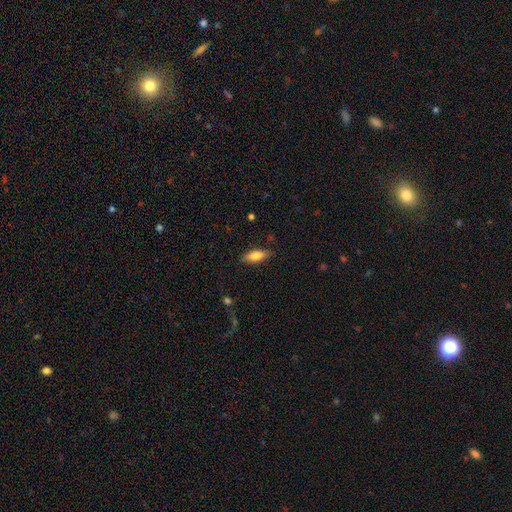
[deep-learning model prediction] smooth 77%, featured or disk 16%, star or artifact 7%. Down the decision tree: how rounded — in between (69%); merging — none (84%).